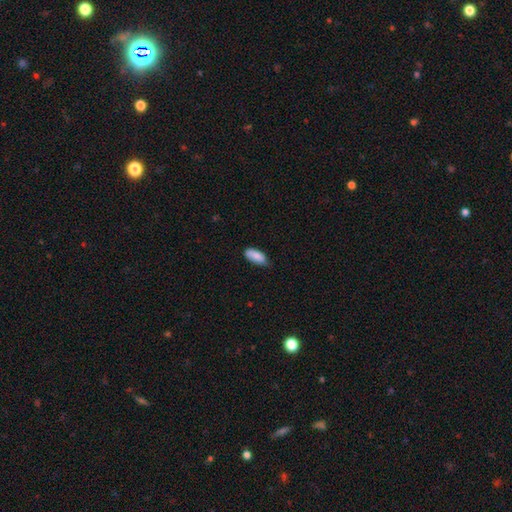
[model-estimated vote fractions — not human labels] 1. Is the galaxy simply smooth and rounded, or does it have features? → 85% smooth, 8% featured or disk, 6% star or artifact.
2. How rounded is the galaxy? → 85% in between, 13% cigar-shaped, 2% round.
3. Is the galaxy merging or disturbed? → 61% none, 33% minor disturbance, 4% major disturbance, 2% merger.